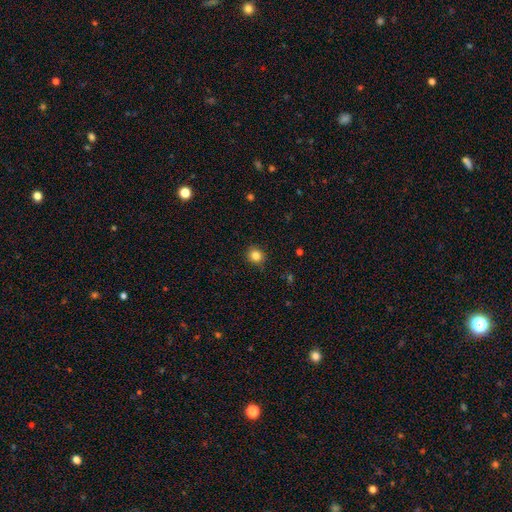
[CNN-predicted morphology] Q: Smooth or featured?
A: smooth (84%); runner-up: star or artifact (11%)
Q: How rounded?
A: round (87%); runner-up: in between (12%)
Q: Merging?
A: none (90%); runner-up: minor disturbance (7%)